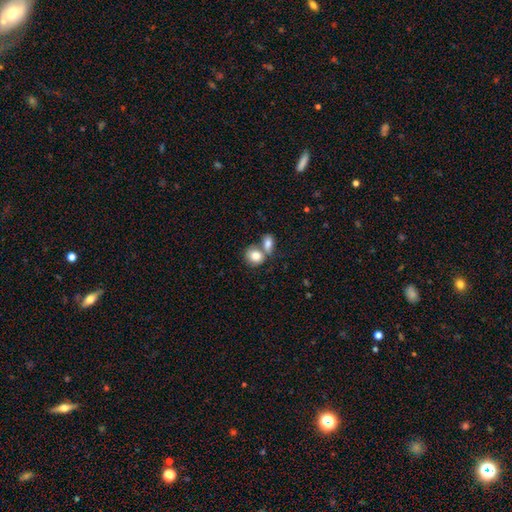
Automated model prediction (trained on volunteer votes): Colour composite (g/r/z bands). It shows a smooth galaxy with no disk features (82%) that is round (54%). Merging: merger (54%).